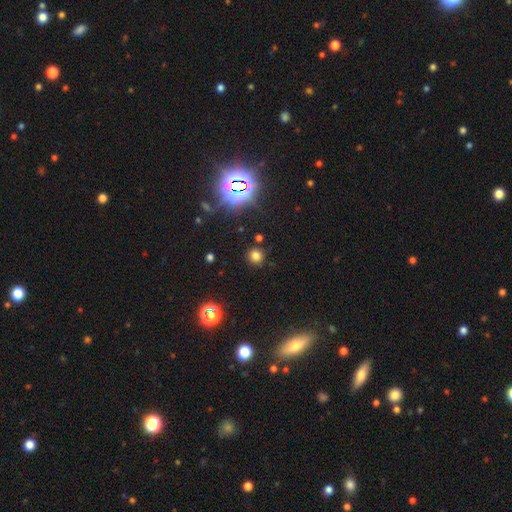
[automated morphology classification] smooth-or-featured: smooth: 70% | star or artifact: 23% | featured or disk: 6%
  how-rounded: round: 92% | in between: 7% | cigar-shaped: 1%
  merging: none: 87% | minor disturbance: 7% | merger: 3% | major disturbance: 3%